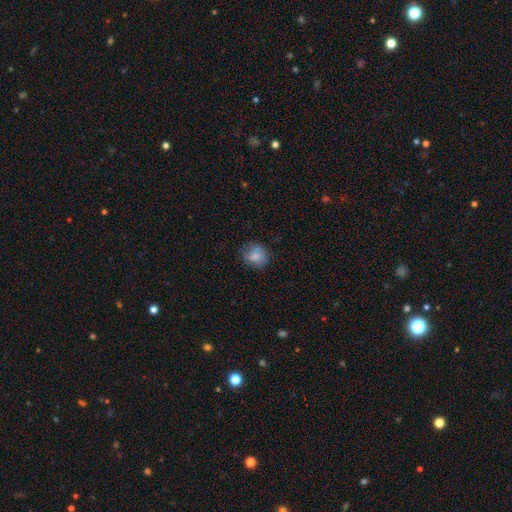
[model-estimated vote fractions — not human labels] Morphology: type=smooth (78%); roundness=round (70%); merging=none (69%).